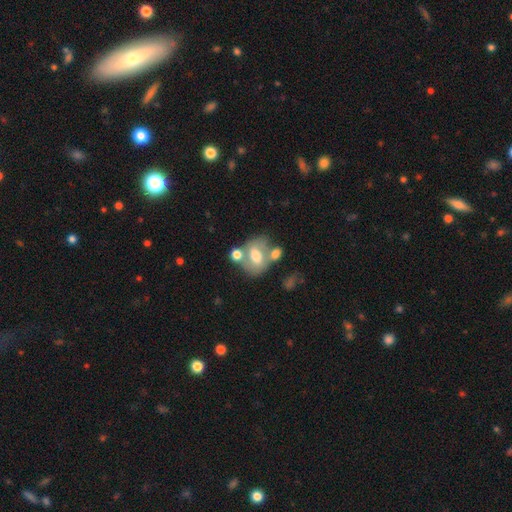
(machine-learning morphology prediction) The model was most divided on "merging": none: 40%, merger: 37%, minor disturbance: 14%, major disturbance: 8%. Remaining: smooth or featured — smooth (48%).